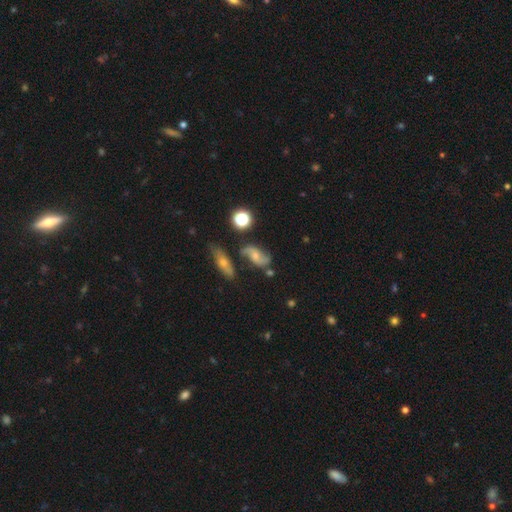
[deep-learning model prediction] featured or disk 67%, smooth 23%, star or artifact 10%. Down the decision tree: edge-on disk — no (93%); bar — no (62%); spiral arms — yes (92%); spiral arm count — 2 (89%); spiral winding — loose (58%); bulge size — small (44%); merging — none (60%).